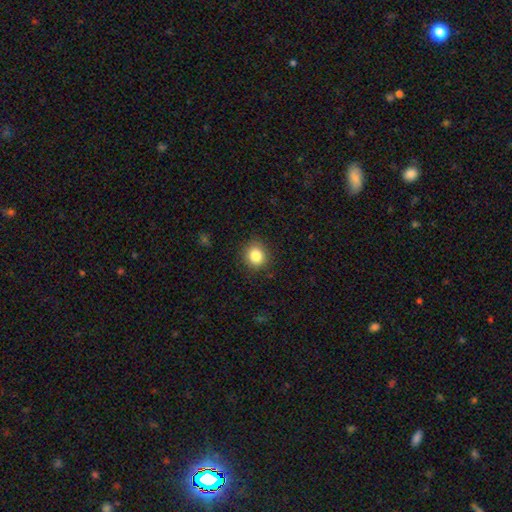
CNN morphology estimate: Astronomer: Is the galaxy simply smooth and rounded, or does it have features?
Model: smooth — 84%.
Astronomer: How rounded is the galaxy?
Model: round — 83%.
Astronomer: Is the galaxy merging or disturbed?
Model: none — 89%.